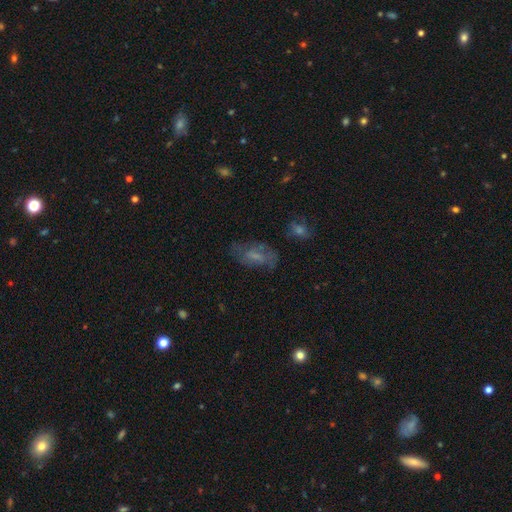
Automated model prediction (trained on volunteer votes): This appears to be a smooth galaxy with no disk features (48%). Merging: none (60%).